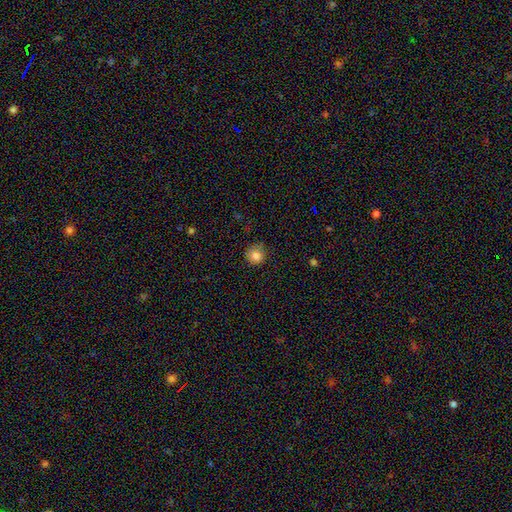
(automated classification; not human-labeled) Smooth or featured? smooth (84%)
How rounded? round (92%)
Merging? none (78%)